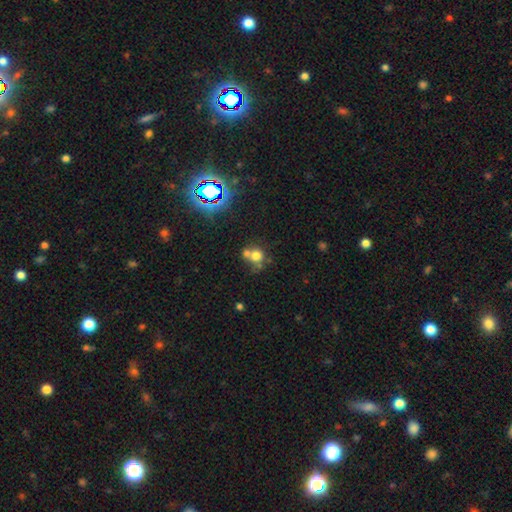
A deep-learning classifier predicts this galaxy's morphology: This is likely a smooth galaxy (68%). How rounded: clearly round (81%). Merging: marginally merger (42%, tied with none).